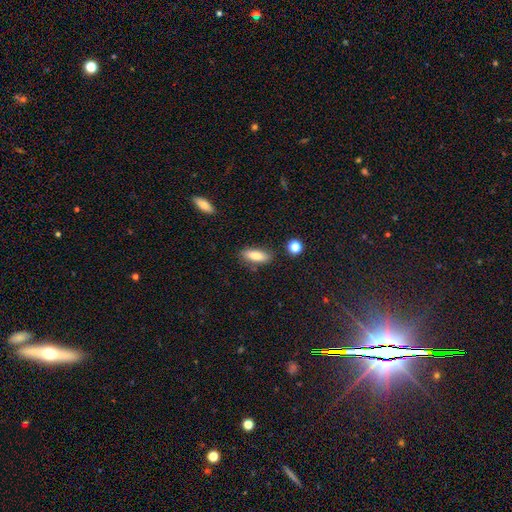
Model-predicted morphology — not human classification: smooth_or_featured: smooth (p=0.80) [alt: featured or disk p=0.13]
how_rounded: in between (p=0.66) [alt: cigar-shaped p=0.31]
merging: none (p=0.82) [alt: minor disturbance p=0.12]